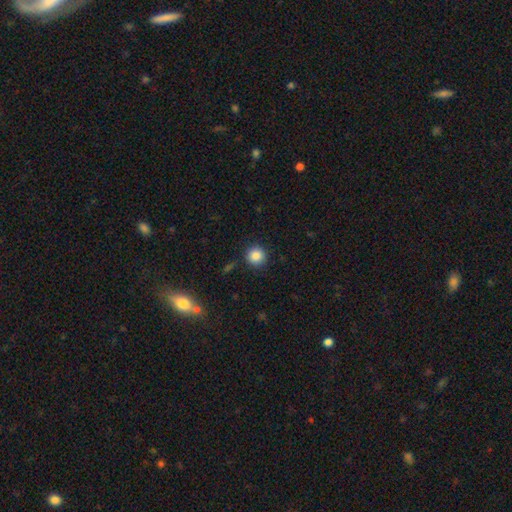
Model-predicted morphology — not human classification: Smooth or featured? Predicted: smooth (p=0.86). How rounded? Predicted: round (p=0.94). Merging? Predicted: none (p=0.89).